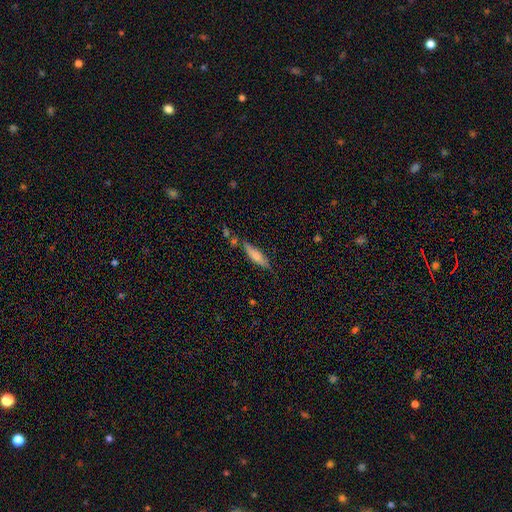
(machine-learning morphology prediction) A smooth galaxy with no disk features (64%) that is cigar-shaped (69%).

Vote fractions:
- Smooth or featured? smooth: 64% / featured or disk: 28% / star or artifact: 7%
- How rounded? cigar-shaped: 69% / in between: 29% / round: 2%
- Merging? none: 70% / minor disturbance: 19% / merger: 7% / major disturbance: 4%